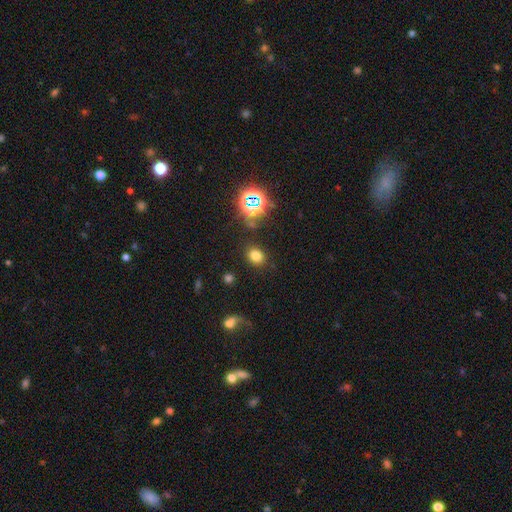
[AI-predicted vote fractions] A smooth galaxy with no disk features (73%) that is round (59%). Merging: none (85%).